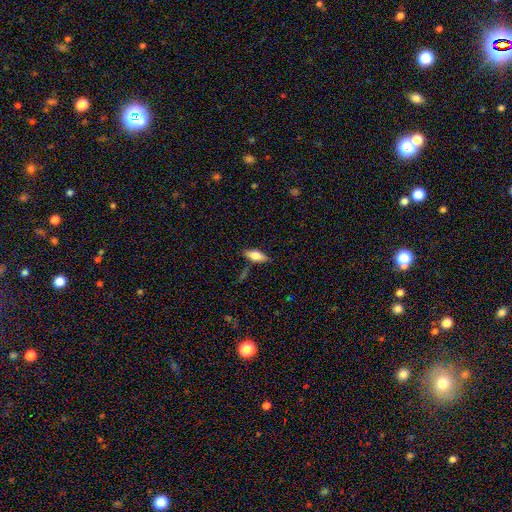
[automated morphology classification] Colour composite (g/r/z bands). It shows a smooth galaxy with no disk features (70%) that is in between round and cigar-shaped (77%). Merging: none (78%).